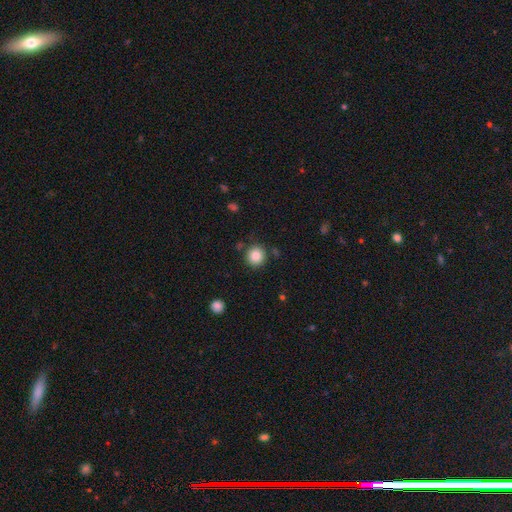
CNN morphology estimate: Overall: smooth (86%). How rounded: round (92%). Merging: none (86%).